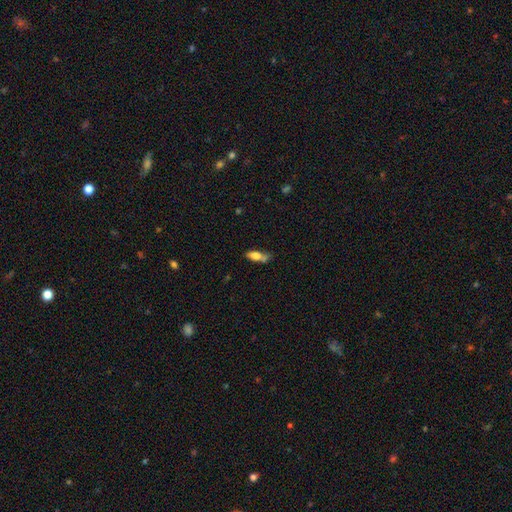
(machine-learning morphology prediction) A smooth galaxy with no disk features (72%) that is in between round and cigar-shaped (73%).

Vote fractions:
- Smooth or featured? smooth: 72% / featured or disk: 20% / star or artifact: 8%
- How rounded? in between: 73% / cigar-shaped: 23% / round: 4%
- Merging? none: 41% / minor disturbance: 26% / merger: 21% / major disturbance: 11%